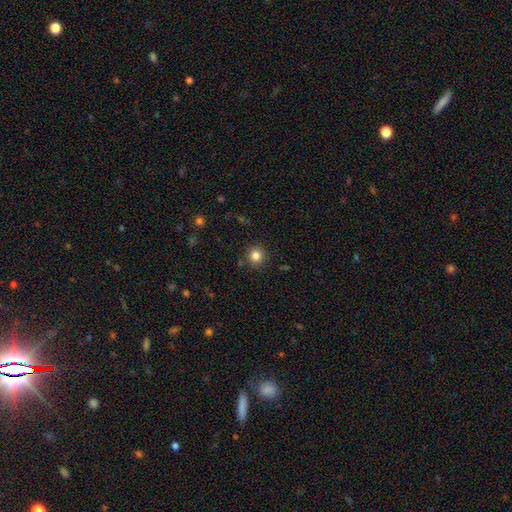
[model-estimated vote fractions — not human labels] Q: Smooth or featured?
A: smooth (82%); runner-up: star or artifact (12%)
Q: How rounded?
A: round (92%); runner-up: in between (7%)
Q: Merging?
A: none (89%); runner-up: minor disturbance (7%)